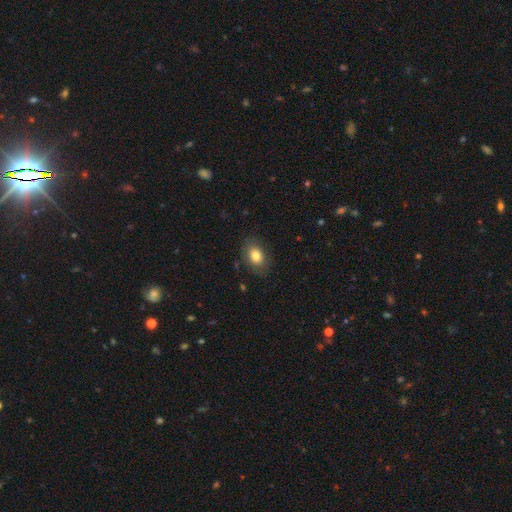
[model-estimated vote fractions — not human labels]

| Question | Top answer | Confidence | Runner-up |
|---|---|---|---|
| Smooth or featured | smooth | 81% | featured or disk (10%) |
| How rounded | in between | 79% | round (20%) |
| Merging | none | 82% | minor disturbance (13%) |